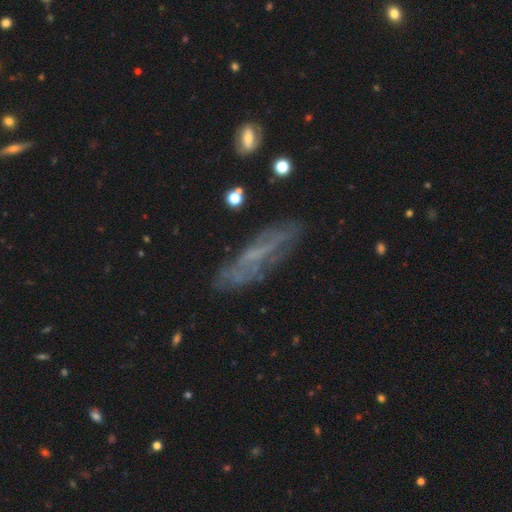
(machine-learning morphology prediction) A featured or disk galaxy (59%). Merging: none (70%).